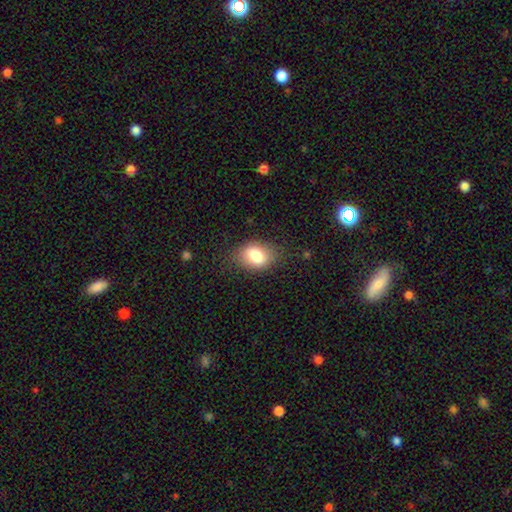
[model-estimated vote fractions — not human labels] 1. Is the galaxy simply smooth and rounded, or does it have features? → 81% smooth, 11% featured or disk, 9% star or artifact.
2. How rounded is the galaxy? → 77% in between, 22% round, 1% cigar-shaped.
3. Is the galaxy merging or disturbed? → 77% none, 17% minor disturbance, 5% major disturbance, 1% merger.